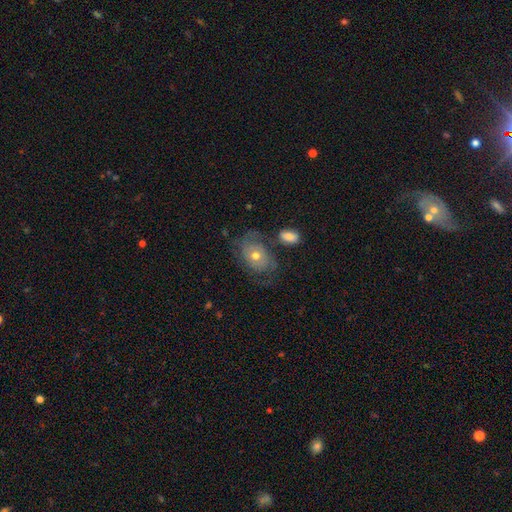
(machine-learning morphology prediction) This appears to be a featured or disk galaxy (58%) with no bar (84%), spiral arms (71%) and a moderate central bulge (65%). Merging: none (53%).